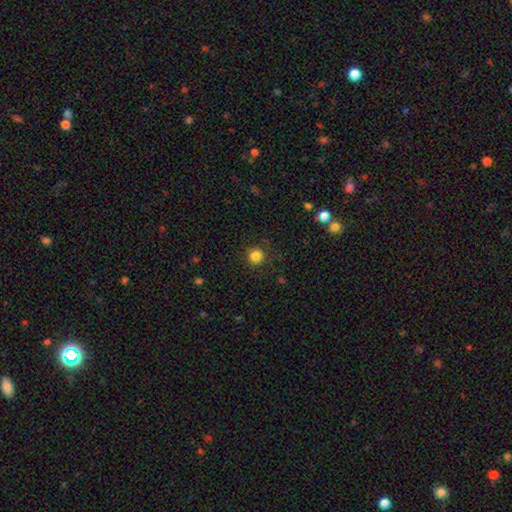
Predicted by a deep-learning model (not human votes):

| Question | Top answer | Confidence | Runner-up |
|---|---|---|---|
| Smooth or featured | smooth | 83% | star or artifact (12%) |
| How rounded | round | 94% | in between (5%) |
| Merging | none | 87% | minor disturbance (8%) |